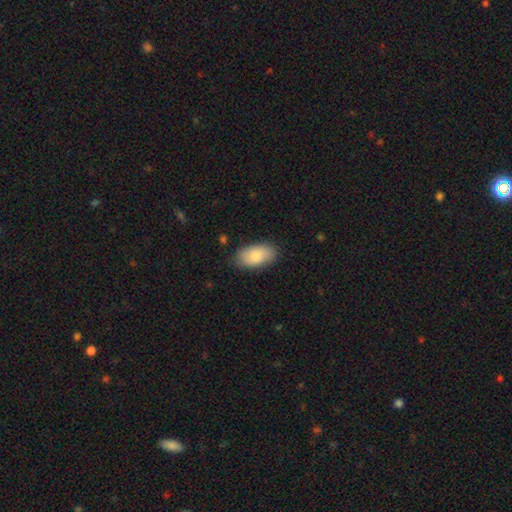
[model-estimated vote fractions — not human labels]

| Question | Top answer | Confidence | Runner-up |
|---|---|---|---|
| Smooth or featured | smooth | 82% | featured or disk (12%) |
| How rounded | in between | 94% | round (4%) |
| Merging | none | 81% | minor disturbance (15%) |